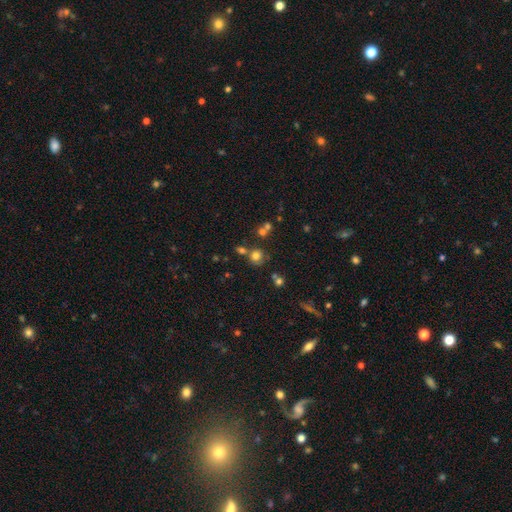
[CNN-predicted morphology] This appears to be a smooth galaxy with no disk features (71%) that is round (84%). Merging: none (64%).